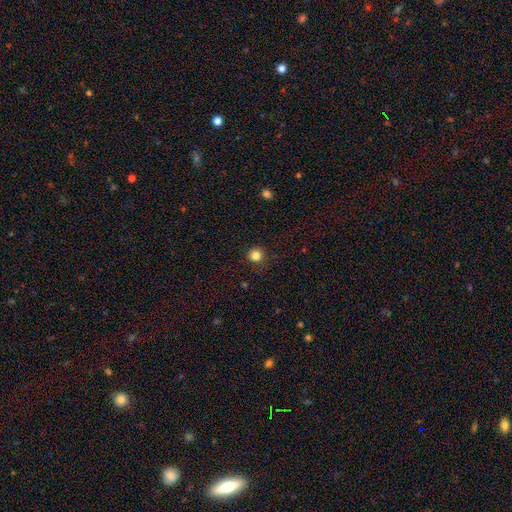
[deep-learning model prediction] smooth-or-featured: smooth: 84% | star or artifact: 12% | featured or disk: 4%
  how-rounded: round: 93% | in between: 6% | cigar-shaped: 1%
  merging: none: 88% | minor disturbance: 9% | major disturbance: 3% | merger: 1%